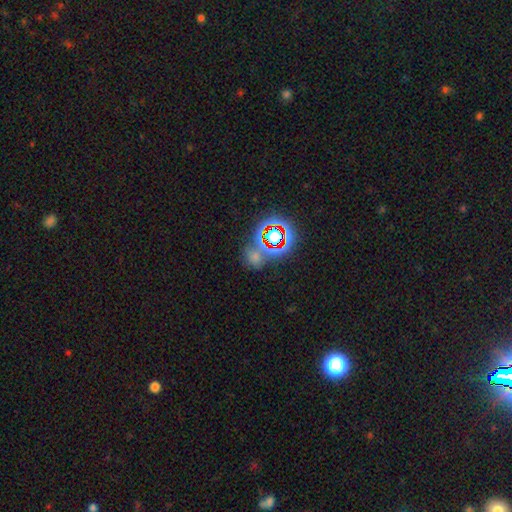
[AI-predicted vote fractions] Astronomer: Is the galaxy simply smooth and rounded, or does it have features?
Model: star or artifact — 62%.